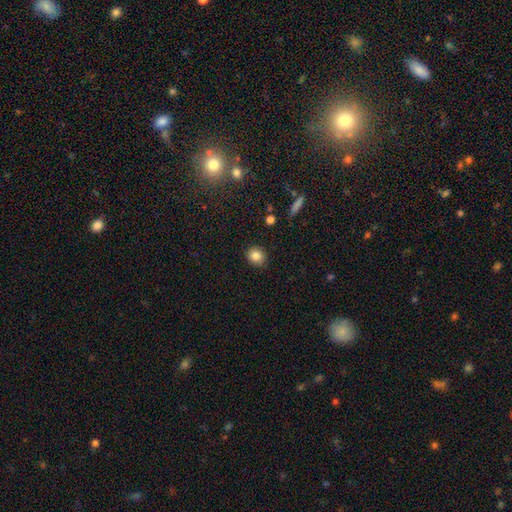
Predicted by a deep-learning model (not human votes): A smooth galaxy with no disk features (84%) that is round (77%).

Vote fractions:
- Smooth or featured? smooth: 84% / star or artifact: 10% / featured or disk: 5%
- How rounded? round: 77% / in between: 22% / cigar-shaped: 1%
- Merging? none: 84% / minor disturbance: 12% / major disturbance: 2% / merger: 1%